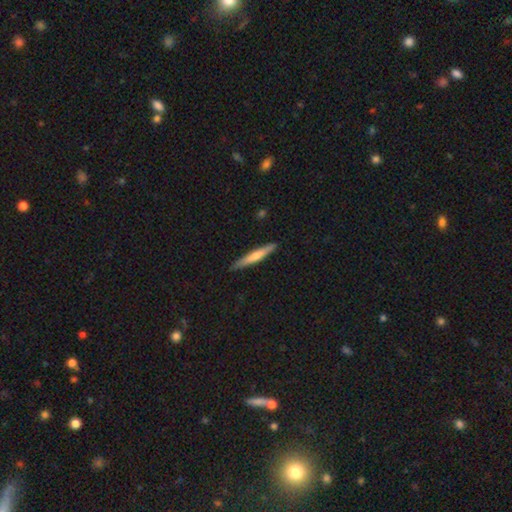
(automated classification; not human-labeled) A smooth galaxy with no disk features (55%) that is cigar-shaped (95%).

Vote fractions:
- Smooth or featured? smooth: 55% / featured or disk: 40% / star or artifact: 5%
- How rounded? cigar-shaped: 95% / in between: 4% / round: 1%
- Merging? none: 90% / minor disturbance: 8% / major disturbance: 1% / merger: 1%